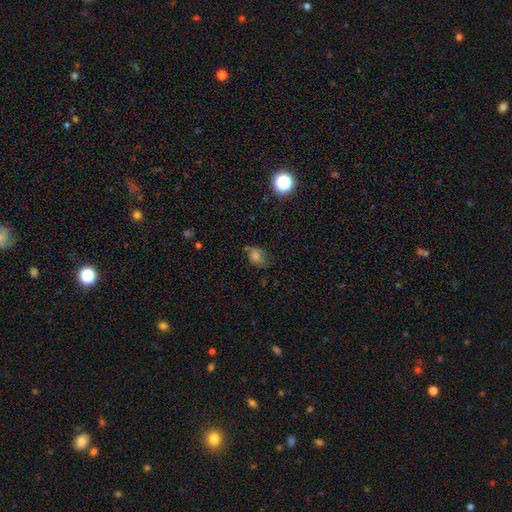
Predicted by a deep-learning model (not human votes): The model was most divided on "smooth or featured": smooth: 49%, featured or disk: 27%, star or artifact: 24%. More confident: merging — none (62%).